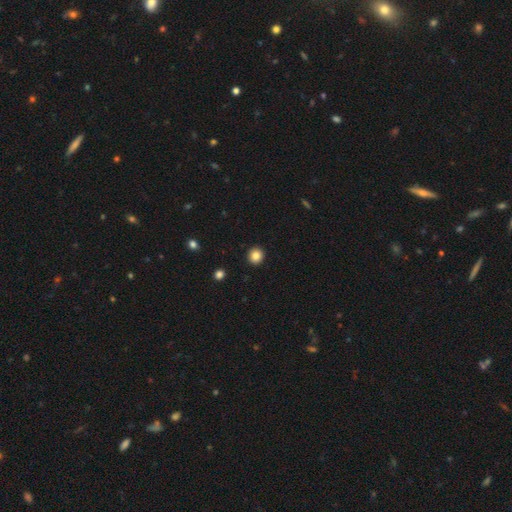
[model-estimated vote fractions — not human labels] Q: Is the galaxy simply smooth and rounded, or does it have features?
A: smooth — 85%.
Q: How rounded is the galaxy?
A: round — 92%.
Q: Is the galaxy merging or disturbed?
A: none — 93%.